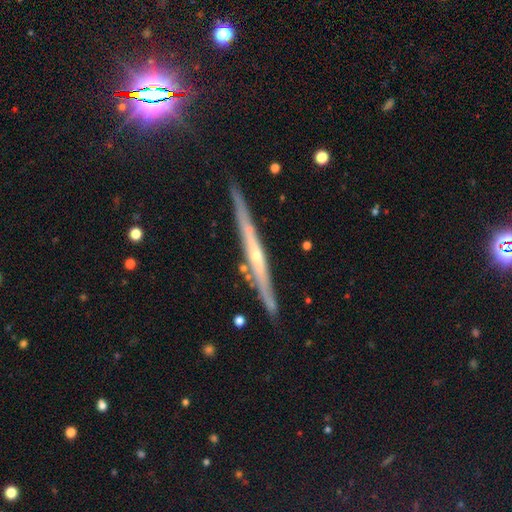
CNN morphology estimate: type=featured or disk (77%); edge-on=yes (96%); edge-on bulge=rounded (49%); merging=none (84%).